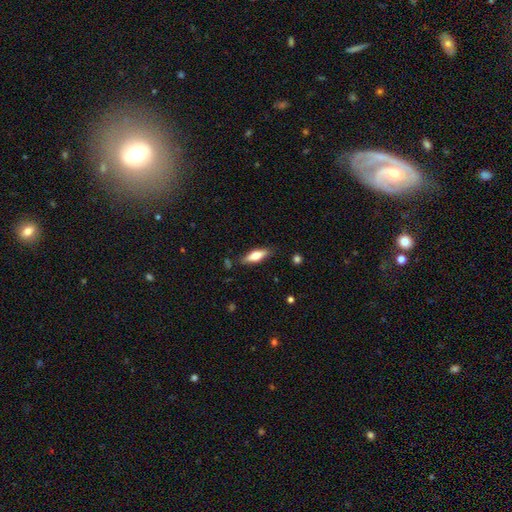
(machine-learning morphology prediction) Smooth or featured? Predicted: smooth (p=0.59). How rounded? Predicted: cigar-shaped (p=0.51). Merging? Predicted: none (p=0.84).